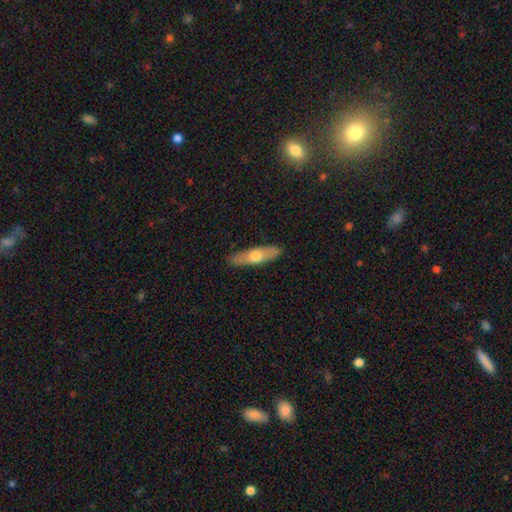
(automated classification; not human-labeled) Morphology: type=smooth (54%); roundness=cigar-shaped (69%); merging=none (89%).